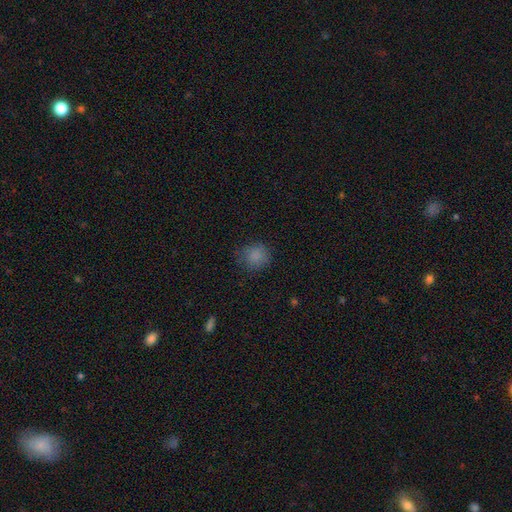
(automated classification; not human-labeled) smooth_or_featured: smooth (p=0.83) [alt: star or artifact p=0.11]
how_rounded: round (p=0.86) [alt: in between p=0.13]
merging: none (p=0.78) [alt: minor disturbance p=0.16]